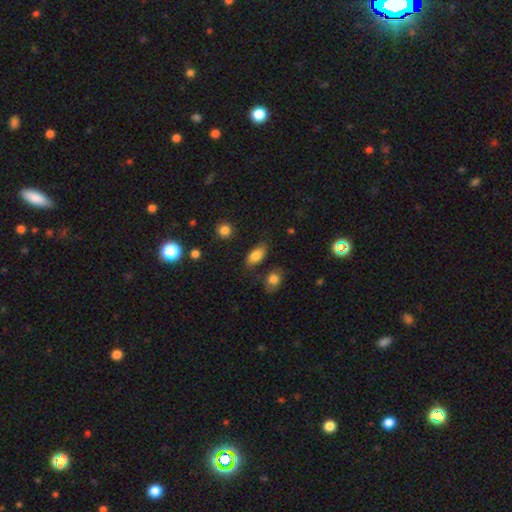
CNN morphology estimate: A smooth galaxy with no disk features (80%) that is in between round and cigar-shaped (89%). Merging: none (73%).